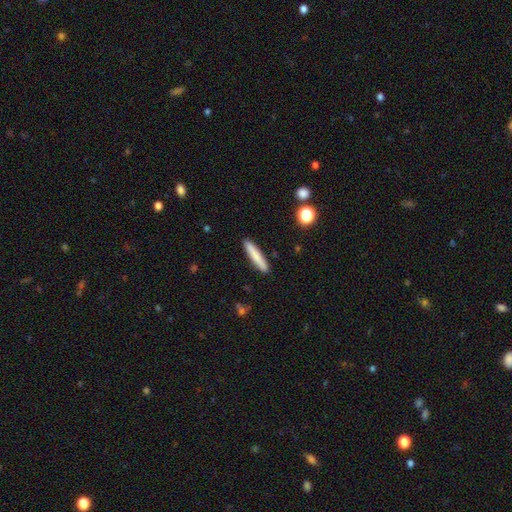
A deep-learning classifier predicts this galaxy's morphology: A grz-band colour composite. It shows a smooth galaxy with no disk features (79%) that is cigar-shaped (92%). Merging: none (91%).